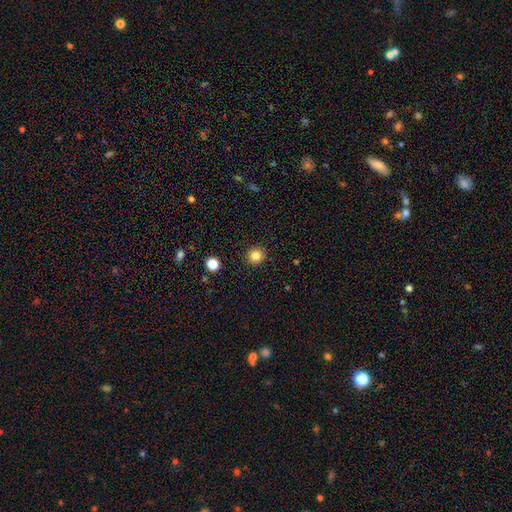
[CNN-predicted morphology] smooth 83%, star or artifact 12%, featured or disk 5%. Down the decision tree: how rounded — round (93%); merging — none (92%).